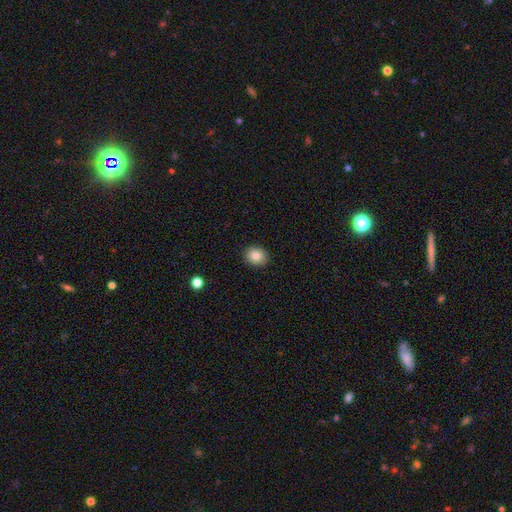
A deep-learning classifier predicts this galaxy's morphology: This is clearly a smooth galaxy (84%). How rounded: likely round (71%). Merging: clearly none (91%).